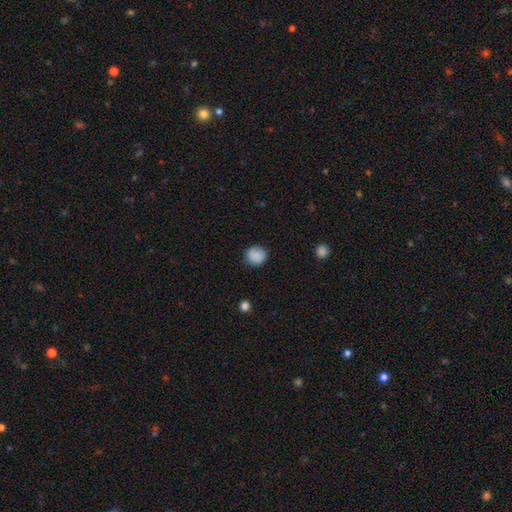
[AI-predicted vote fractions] Smooth or featured? Predicted: smooth (p=0.87). How rounded? Predicted: round (p=0.88). Merging? Predicted: none (p=0.83).